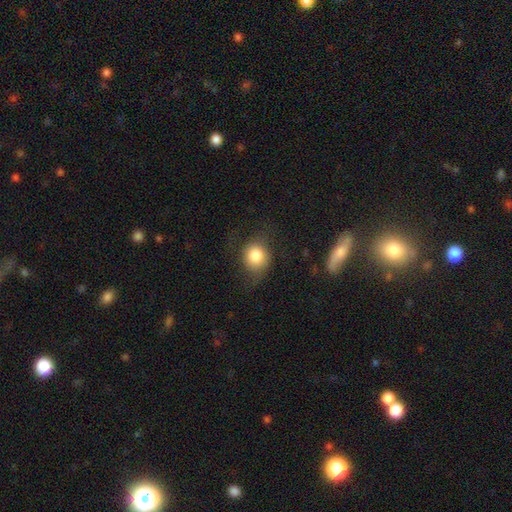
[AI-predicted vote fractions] Smooth or featured? smooth (79%)
How rounded? round (70%)
Merging? none (64%)